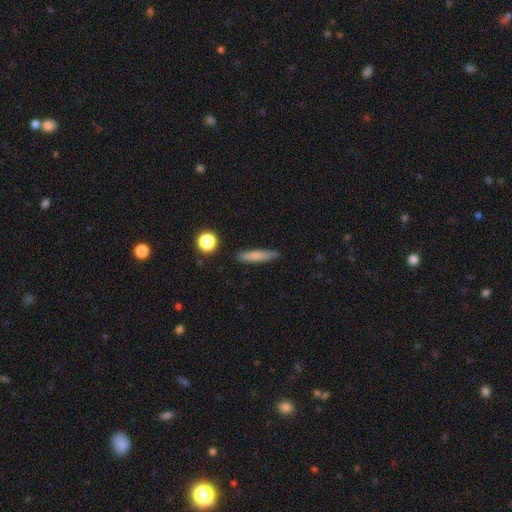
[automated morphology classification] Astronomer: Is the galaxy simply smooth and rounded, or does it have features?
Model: smooth — 75%.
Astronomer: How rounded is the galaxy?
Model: cigar-shaped — 85%.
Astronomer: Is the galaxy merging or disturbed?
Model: none — 80%.